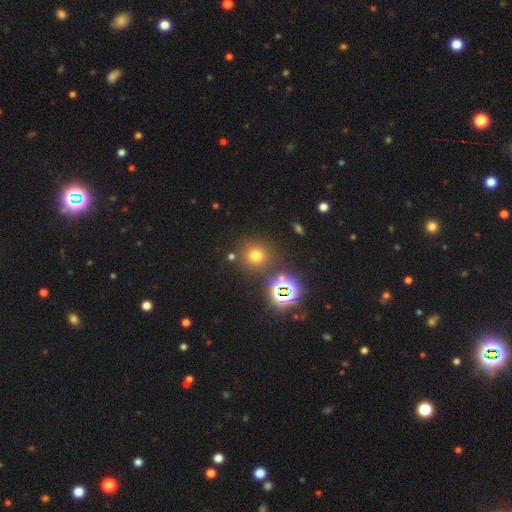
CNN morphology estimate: A smooth galaxy with no disk features (64%) that is round (91%). Merging: none (82%).